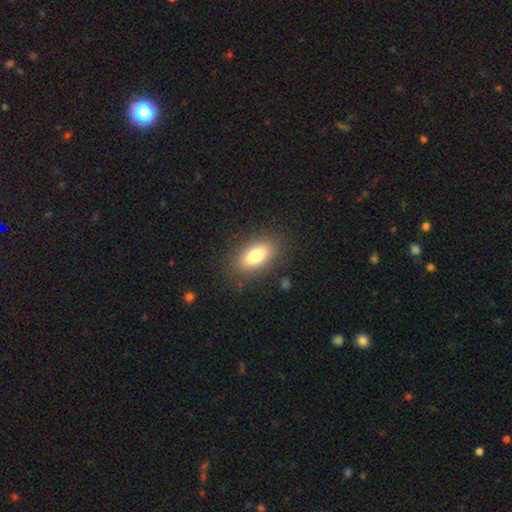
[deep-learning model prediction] This is likely a smooth galaxy (79%). How rounded: clearly in between (89%). Merging: clearly none (85%).